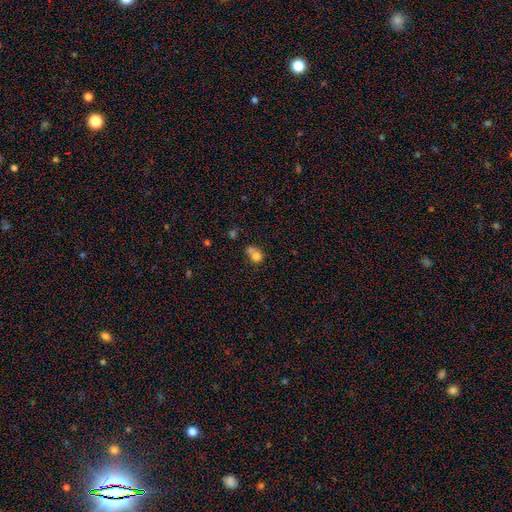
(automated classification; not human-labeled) smooth 75%, featured or disk 13%, star or artifact 12%. Down the decision tree: how rounded — round (68%); merging — merger (48%).